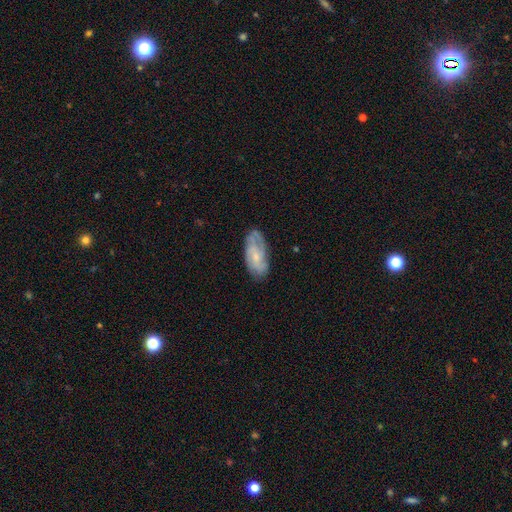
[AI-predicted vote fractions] smooth-or-featured: featured or disk: 64% | smooth: 30% | star or artifact: 7%
  disk-edge-on: no: 94% | yes: 6%
    bar: no: 64% | weak: 30% | strong: 5%
    has-spiral-arms: yes: 89% | no: 11%
      spiral-winding: tight: 46% | medium: 40% | loose: 15%
      spiral-arm-count: can't tell: 33% | 2: 31% | 3: 21% | 4: 7% | 1: 5% | more than 4: 4%
    bulge-size: small: 67% | moderate: 23% | none: 8% | large: 1% | dominant: 1%
  merging: none: 73% | minor disturbance: 20% | major disturbance: 5% | merger: 1%